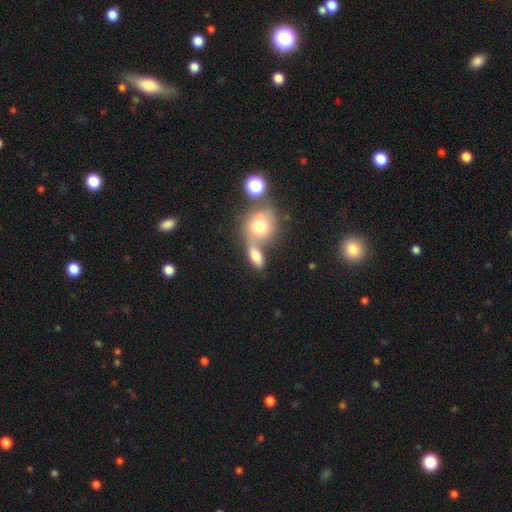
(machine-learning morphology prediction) smooth 73%, featured or disk 16%, star or artifact 11%. Down the decision tree: how rounded — in between (71%); merging — merger (48%).